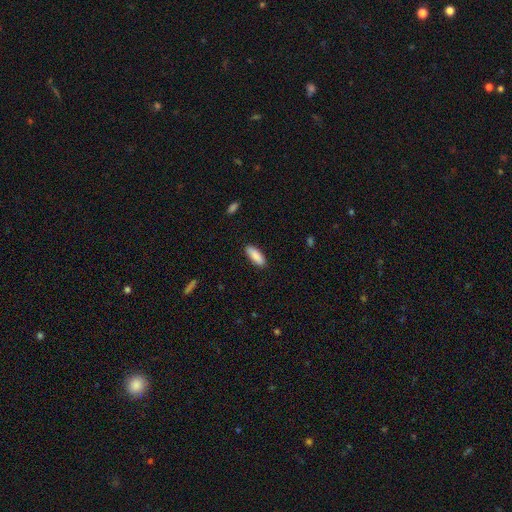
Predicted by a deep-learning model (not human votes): A smooth galaxy with no disk features (89%) that is in between round and cigar-shaped (65%).

Vote fractions:
- Smooth or featured? smooth: 89% / star or artifact: 6% / featured or disk: 5%
- How rounded? in between: 65% / cigar-shaped: 33% / round: 1%
- Merging? none: 88% / minor disturbance: 8% / major disturbance: 2% / merger: 1%